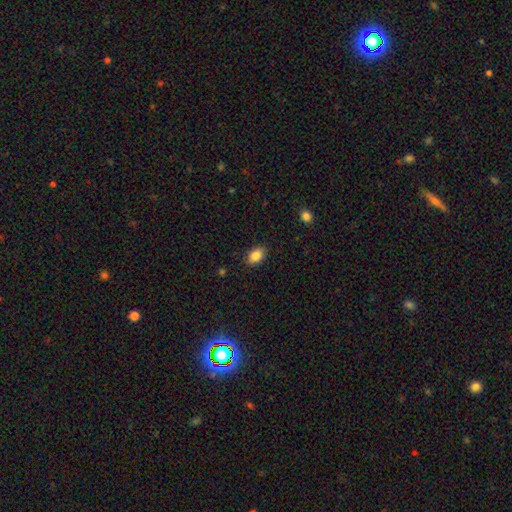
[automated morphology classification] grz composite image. It shows a smooth galaxy with no disk features (85%) that is in between round and cigar-shaped (83%). Merging: none (86%).